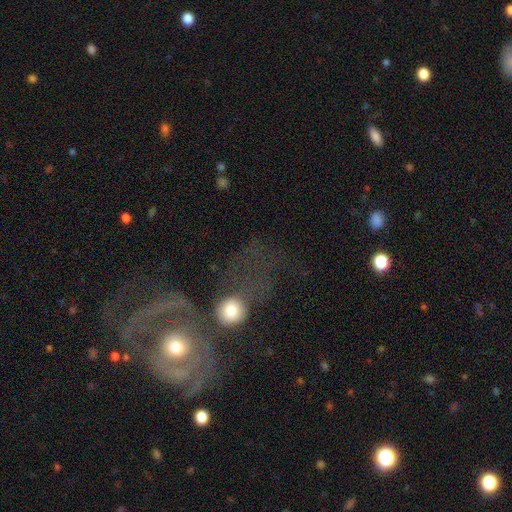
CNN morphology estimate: This is marginally a featured or disk galaxy (43%). Merging: marginally merger (32%).